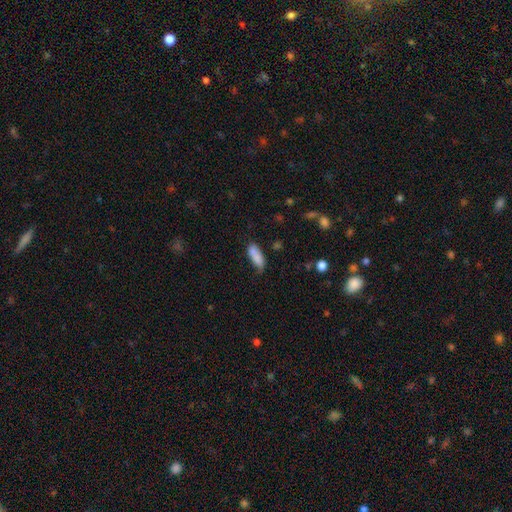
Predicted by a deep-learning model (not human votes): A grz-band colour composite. It shows a smooth galaxy with no disk features (83%) that is in between round and cigar-shaped (62%). Merging: none (58%).